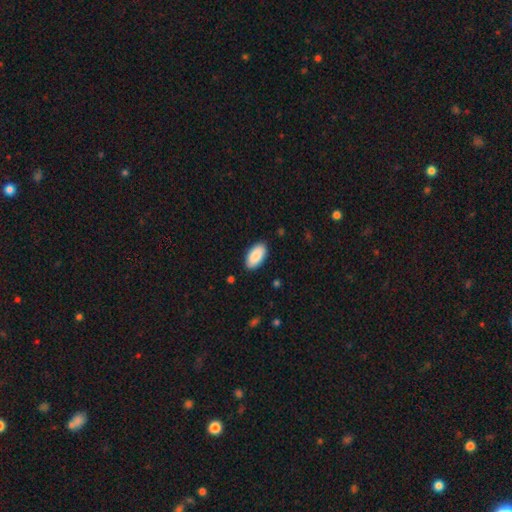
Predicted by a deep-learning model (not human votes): Smooth or featured?
  - smooth: 90% *
  - star or artifact: 6%
  - featured or disk: 5%
How rounded?
  - in between: 95% *
  - cigar-shaped: 3%
  - round: 2%
Merging?
  - none: 88% *
  - minor disturbance: 9%
  - major disturbance: 2%
  - merger: 1%